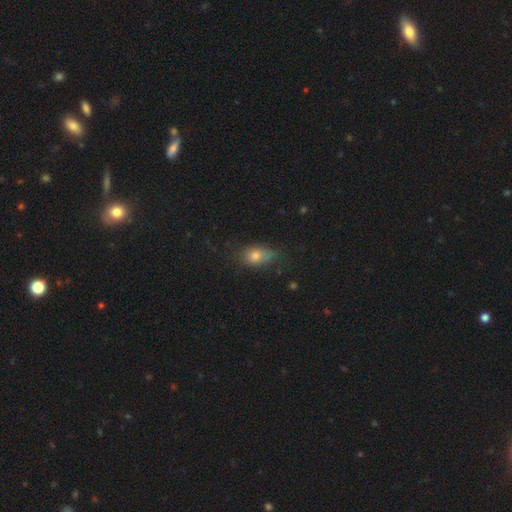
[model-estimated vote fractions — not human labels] The model was most divided on "merging": none: 63%, minor disturbance: 27%, major disturbance: 9%, merger: 2%. More confident: how rounded — in between (76%); smooth or featured — smooth (74%).